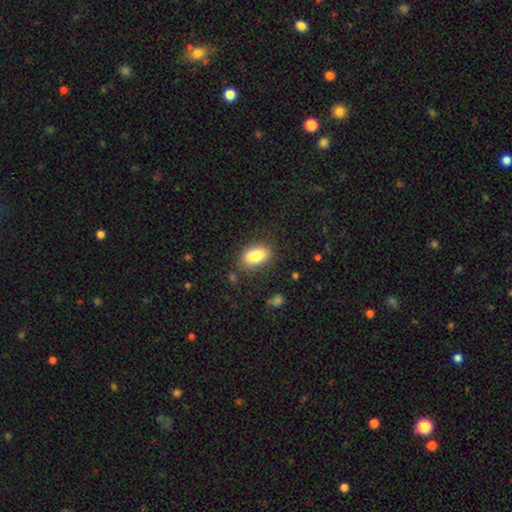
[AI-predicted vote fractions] Smooth or featured? smooth (85%)
How rounded? in between (91%)
Merging? none (82%)